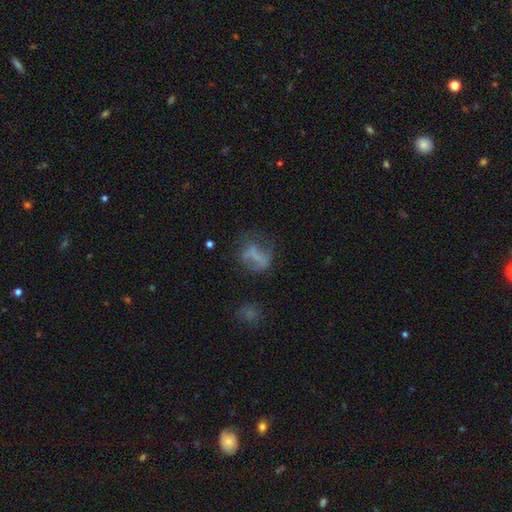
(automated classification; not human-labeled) smooth 45%, featured or disk 38%, star or artifact 17%. Down the decision tree: merging — none (46%).